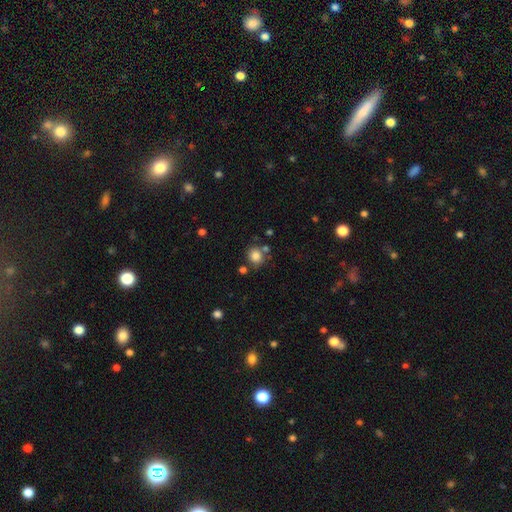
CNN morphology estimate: Smooth or featured? Predicted: smooth (p=0.83). How rounded? Predicted: round (p=0.84). Merging? Predicted: none (p=0.73).